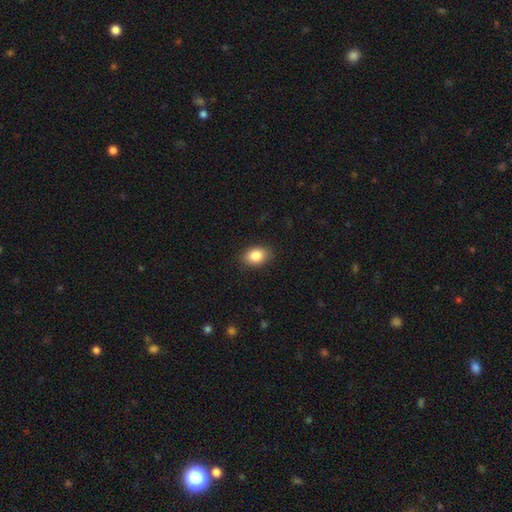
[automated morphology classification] type=smooth (86%); roundness=in between (78%); merging=none (88%).